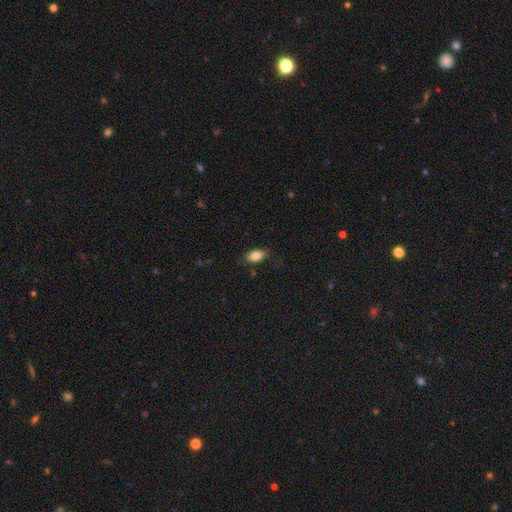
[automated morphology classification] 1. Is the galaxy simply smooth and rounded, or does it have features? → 85% smooth, 8% star or artifact, 7% featured or disk.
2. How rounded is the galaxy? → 89% in between, 8% round, 3% cigar-shaped.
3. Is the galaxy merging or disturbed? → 80% none, 15% minor disturbance, 4% major disturbance, 1% merger.